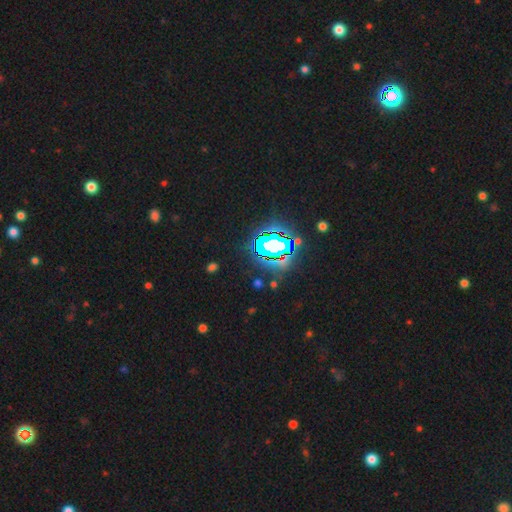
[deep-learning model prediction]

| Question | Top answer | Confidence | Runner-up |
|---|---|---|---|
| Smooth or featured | star or artifact | 81% | smooth (11%) |